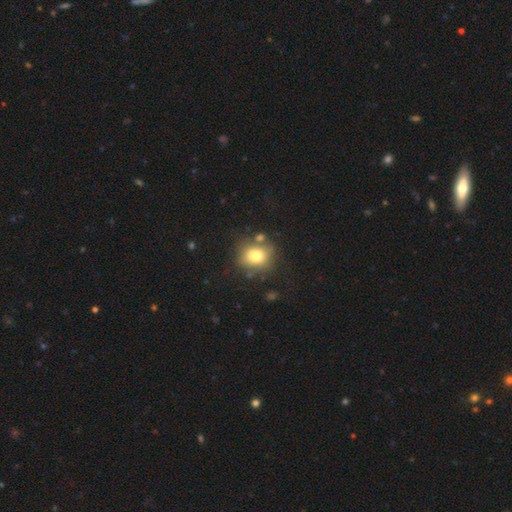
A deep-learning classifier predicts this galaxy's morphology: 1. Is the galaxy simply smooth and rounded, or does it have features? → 75% smooth, 13% featured or disk, 12% star or artifact.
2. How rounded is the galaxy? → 73% round, 26% in between, 1% cigar-shaped.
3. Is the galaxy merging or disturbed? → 70% none, 14% minor disturbance, 10% merger, 6% major disturbance.